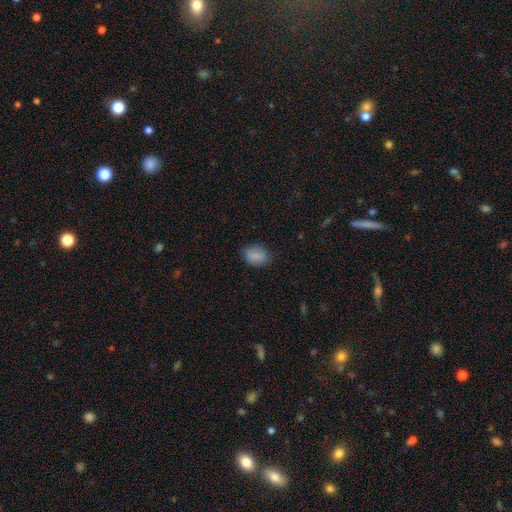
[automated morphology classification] Overall: smooth (87%). How rounded: in between (72%). Merging: none (80%).